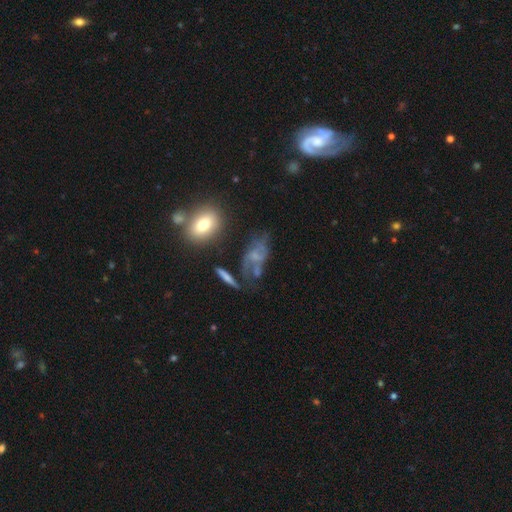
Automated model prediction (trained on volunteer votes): smooth_or_featured: featured or disk (p=0.52) [alt: smooth p=0.33]
disk_edge_on: no (p=0.88) [alt: yes p=0.12]
merging: none (p=0.39) [alt: major disturbance p=0.24]